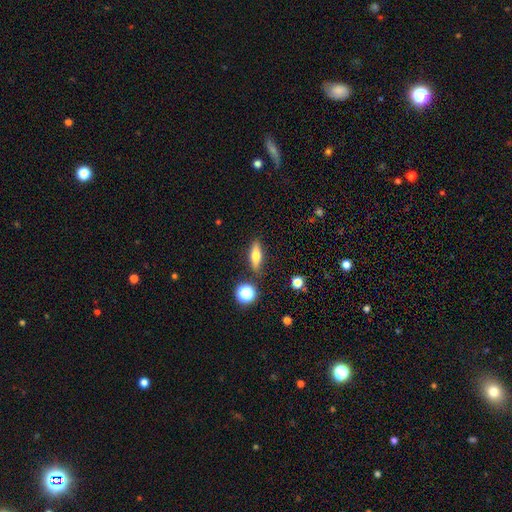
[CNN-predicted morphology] smooth 64%, featured or disk 26%, star or artifact 10%. Down the decision tree: how rounded — in between (49%); merging — none (84%).